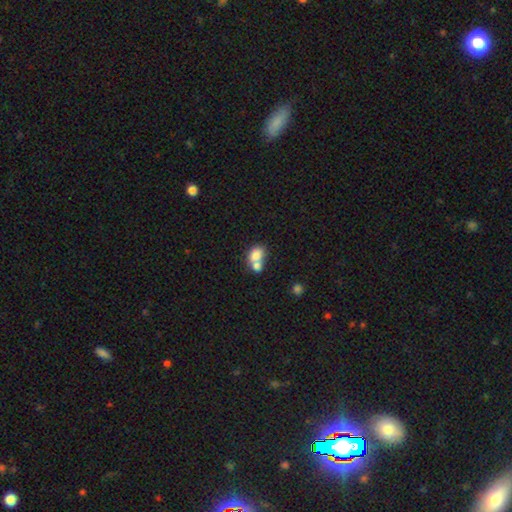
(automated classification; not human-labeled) This appears to be a smooth galaxy with no disk features (77%) that is in between round and cigar-shaped (70%). Merging: merger (64%).